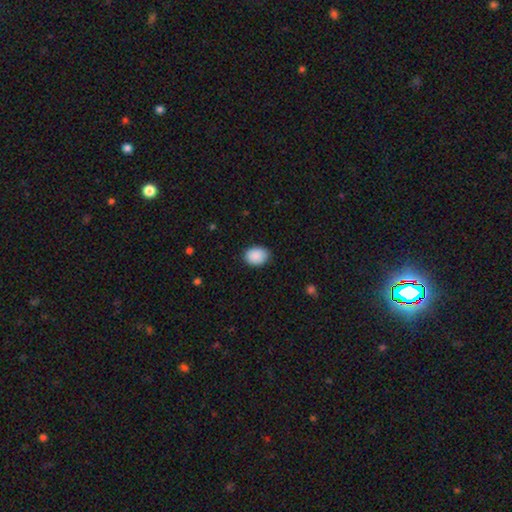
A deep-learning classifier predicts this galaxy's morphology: Smooth or featured?
  - smooth: 90% *
  - star or artifact: 7%
  - featured or disk: 3%
How rounded?
  - in between: 58% *
  - round: 41%
  - cigar-shaped: 1%
Merging?
  - none: 85% *
  - minor disturbance: 12%
  - major disturbance: 2%
  - merger: 1%